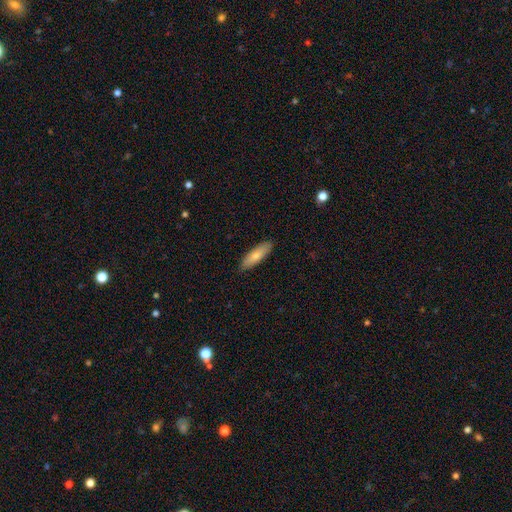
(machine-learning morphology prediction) type=smooth (74%); roundness=cigar-shaped (52%); merging=none (89%).